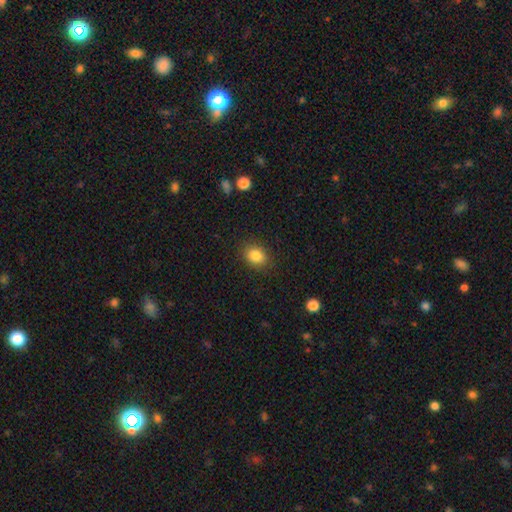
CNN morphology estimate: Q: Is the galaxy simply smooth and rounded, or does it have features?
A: smooth — 85%.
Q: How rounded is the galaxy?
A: in between — 56%.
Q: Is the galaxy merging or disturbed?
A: none — 87%.